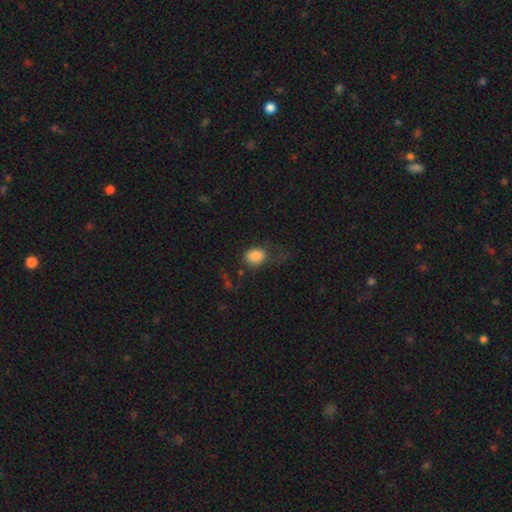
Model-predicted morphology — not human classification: smooth-or-featured: smooth: 84% | star or artifact: 10% | featured or disk: 7%
  how-rounded: in between: 63% | round: 35% | cigar-shaped: 1%
  merging: none: 45% | minor disturbance: 26% | major disturbance: 25% | merger: 4%